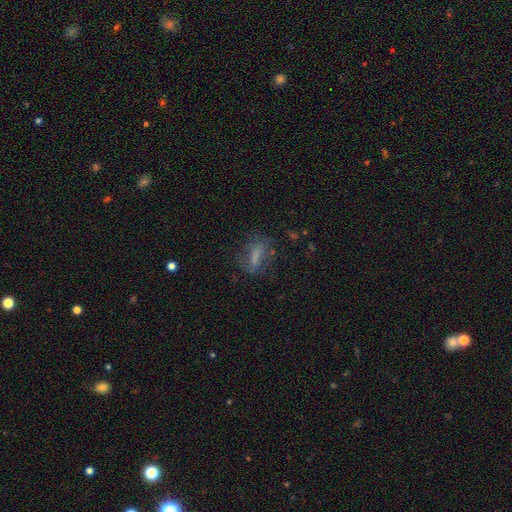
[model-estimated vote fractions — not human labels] smooth_or_featured: smooth (p=0.56) [alt: featured or disk p=0.29]
how_rounded: cigar-shaped (p=0.47) [alt: in between p=0.46]
merging: none (p=0.60) [alt: minor disturbance p=0.20]